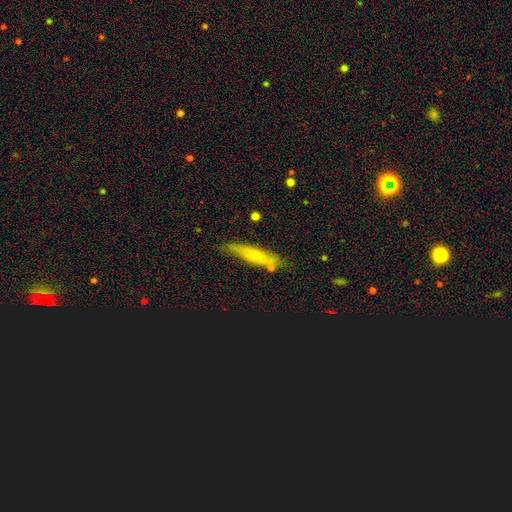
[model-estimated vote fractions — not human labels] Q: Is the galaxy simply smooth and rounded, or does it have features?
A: smooth — 62%.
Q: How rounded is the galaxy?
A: cigar-shaped — 78%.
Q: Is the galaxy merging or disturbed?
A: none — 74%.